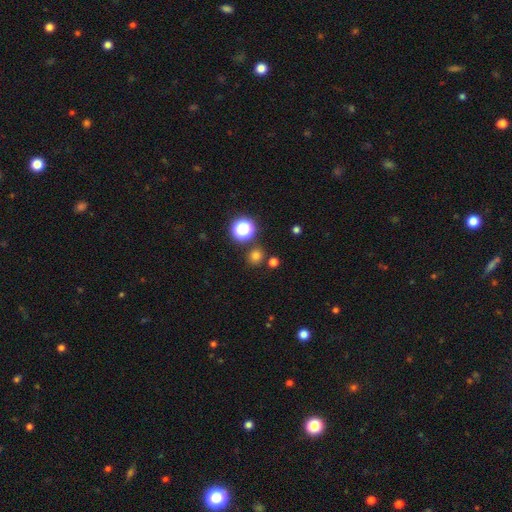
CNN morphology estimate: smooth 73%, star or artifact 22%, featured or disk 5%. Down the decision tree: how rounded — round (87%); merging — none (83%).